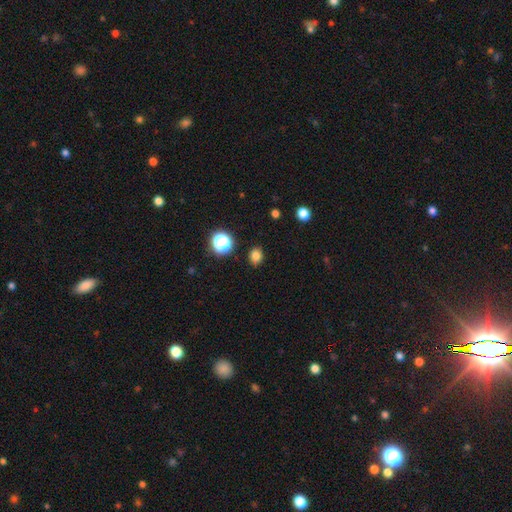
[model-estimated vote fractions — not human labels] Q: Smooth or featured?
A: smooth (80%); runner-up: star or artifact (15%)
Q: How rounded?
A: round (58%); runner-up: in between (41%)
Q: Merging?
A: none (87%); runner-up: minor disturbance (9%)